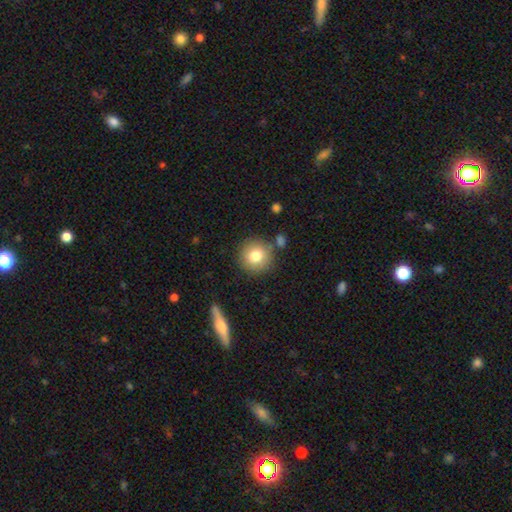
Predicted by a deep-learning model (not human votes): Smooth or featured? Predicted: smooth (p=0.79). How rounded? Predicted: round (p=0.93). Merging? Predicted: none (p=0.82).